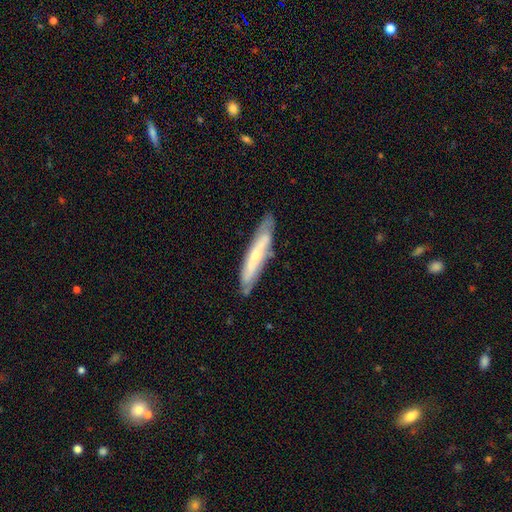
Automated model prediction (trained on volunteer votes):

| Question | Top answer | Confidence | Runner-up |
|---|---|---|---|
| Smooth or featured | featured or disk | 60% | smooth (34%) |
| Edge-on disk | yes | 61% | no (39%) |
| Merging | none | 77% | minor disturbance (17%) |